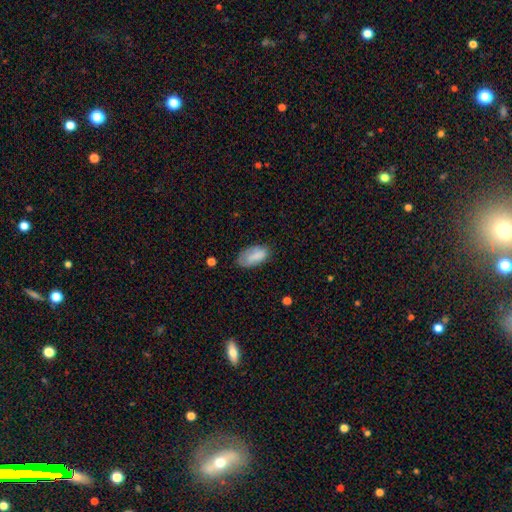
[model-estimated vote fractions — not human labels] Smooth or featured? Predicted: smooth (p=0.79). How rounded? Predicted: in between (p=0.94). Merging? Predicted: none (p=0.58).